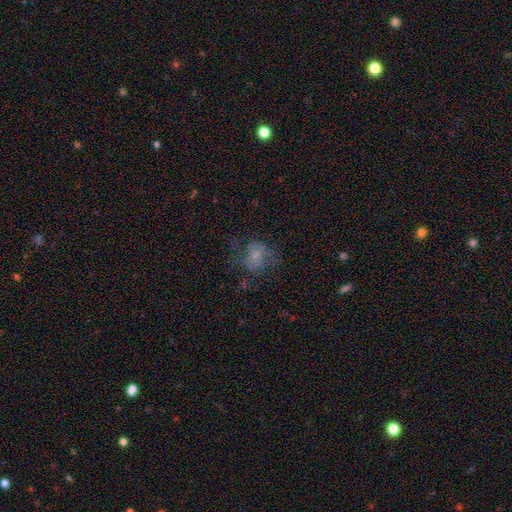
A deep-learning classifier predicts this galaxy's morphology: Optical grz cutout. It shows a smooth galaxy with no disk features (49%). Merging: none (44%).